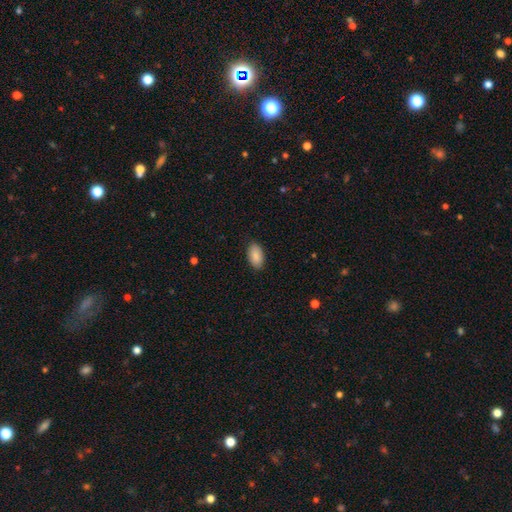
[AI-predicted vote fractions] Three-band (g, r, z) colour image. It shows a smooth galaxy with no disk features (88%) that is in between round and cigar-shaped (94%). Merging: none (88%).